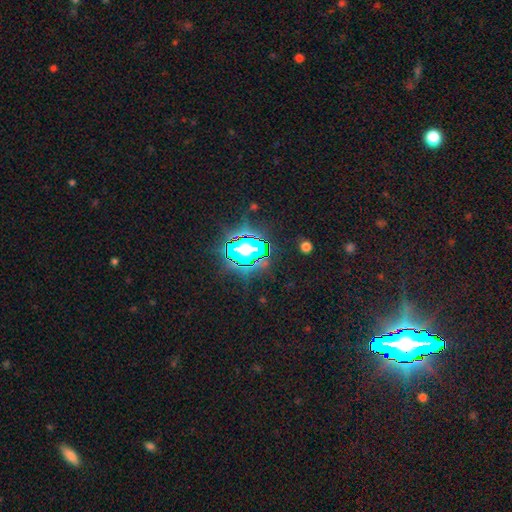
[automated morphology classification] smooth-or-featured: star or artifact: 79% | smooth: 13% | featured or disk: 9%